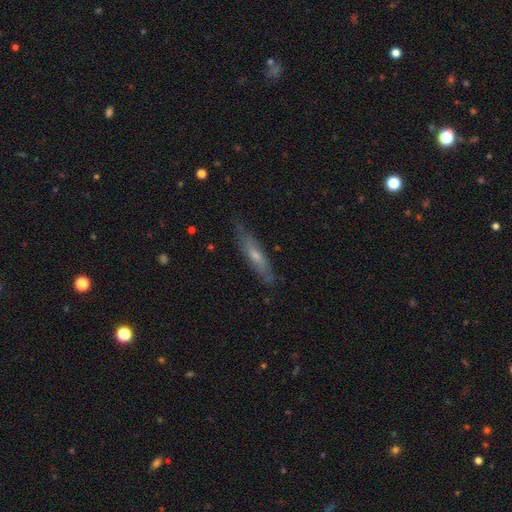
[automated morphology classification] Overall: featured or disk (47%; smooth 46%). Merging: none (75%).